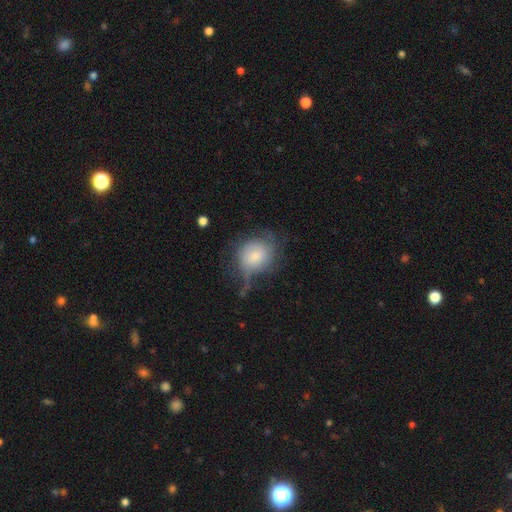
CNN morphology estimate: Smooth or featured: smooth — 62% (featured or disk — 30%)
How rounded: round — 67% (in between — 31%)
Merging: none — 35% (minor disturbance — 32%)